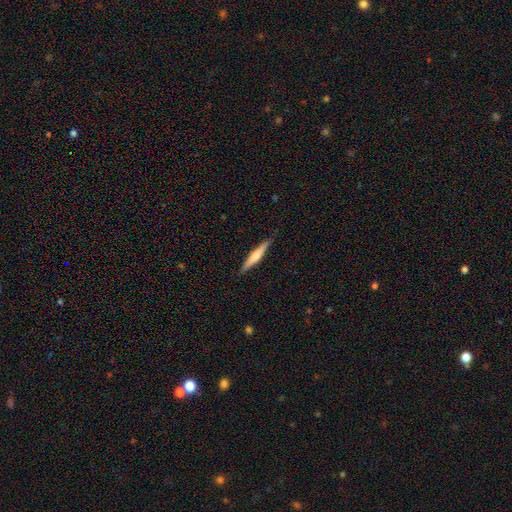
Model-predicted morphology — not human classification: This is possibly a featured or disk galaxy (48%). Merging: clearly none (88%).